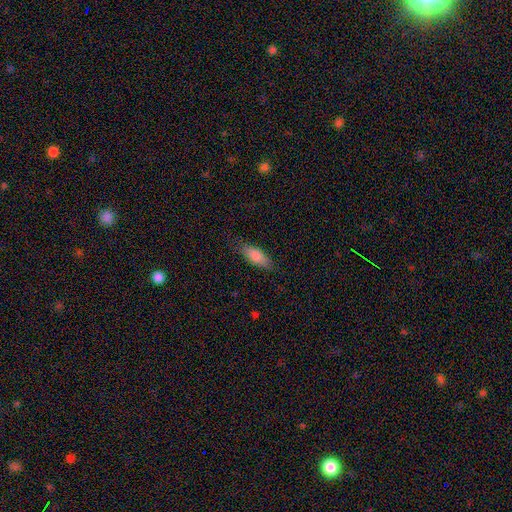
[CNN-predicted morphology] smooth-or-featured: smooth: 84% | featured or disk: 10% | star or artifact: 6%
  how-rounded: in between: 74% | cigar-shaped: 24% | round: 2%
  merging: none: 80% | minor disturbance: 15% | major disturbance: 4% | merger: 1%